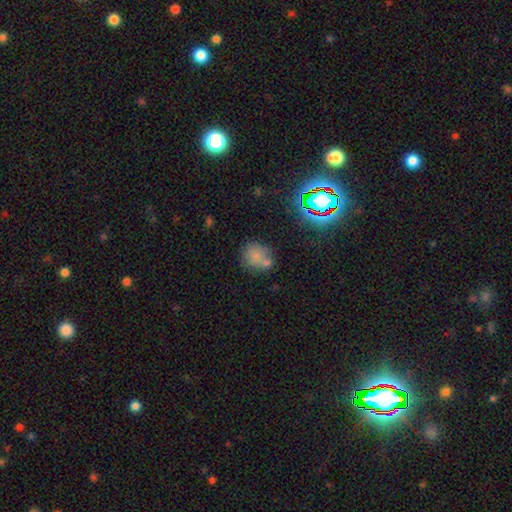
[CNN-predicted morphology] This is likely a smooth galaxy (71%). How rounded: likely round (79%). Merging: possibly none (51%).